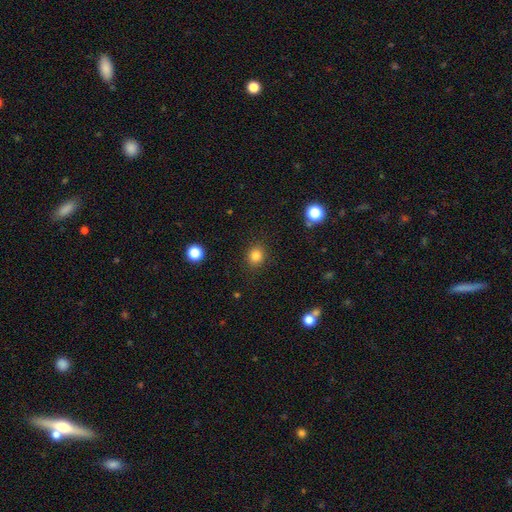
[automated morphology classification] The model was most divided on "how rounded": round: 79%, in between: 21%, cigar-shaped: 1%. More confident: merging — none (89%); smooth or featured — smooth (83%).